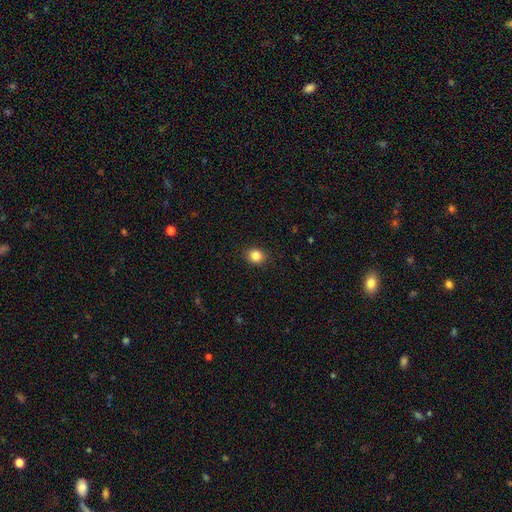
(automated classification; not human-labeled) This appears to be a smooth galaxy with no disk features (85%) that is round (73%). Merging: none (90%).